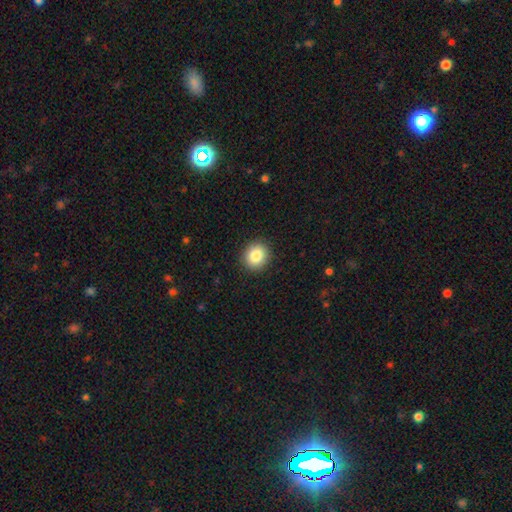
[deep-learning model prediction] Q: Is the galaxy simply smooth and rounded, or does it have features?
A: smooth — 85%.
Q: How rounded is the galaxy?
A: round — 77%.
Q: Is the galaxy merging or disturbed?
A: none — 91%.